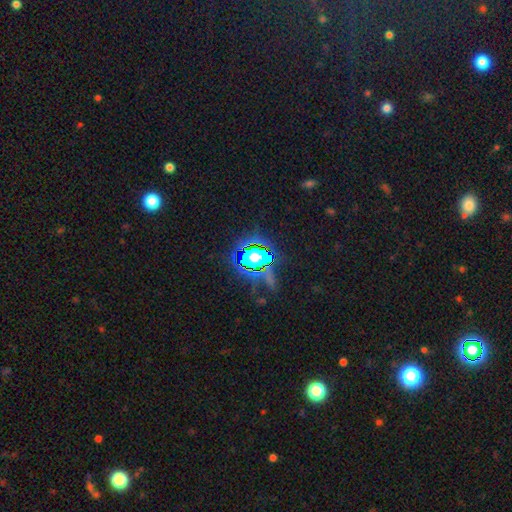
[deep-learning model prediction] Morphology: type=star or artifact (82%).